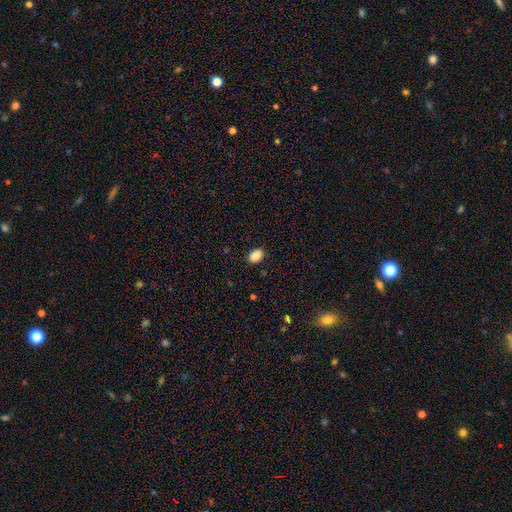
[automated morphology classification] smooth_or_featured: smooth (p=0.89) [alt: star or artifact p=0.08]
how_rounded: in between (p=0.83) [alt: round p=0.16]
merging: none (p=0.88) [alt: minor disturbance p=0.09]